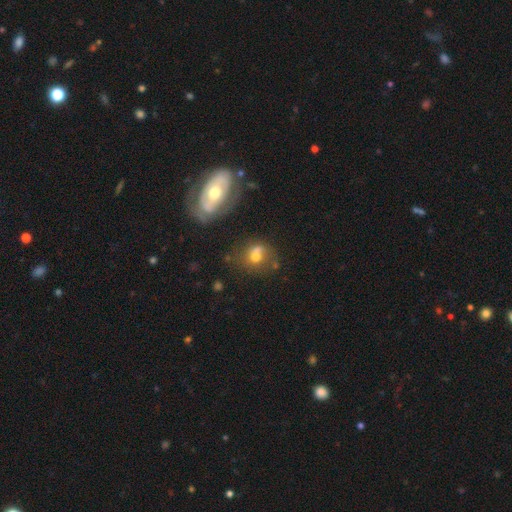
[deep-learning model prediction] This is likely a smooth galaxy (60%). How rounded: likely round (69%). Merging: marginally none (37%, tied with merger).